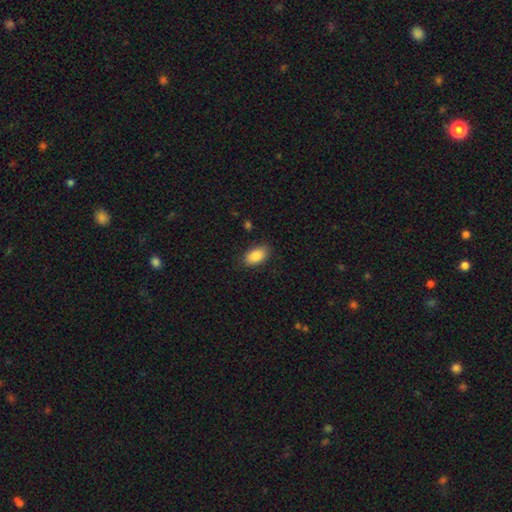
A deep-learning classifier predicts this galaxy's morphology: Overall: smooth (88%). How rounded: in between (92%). Merging: none (84%).